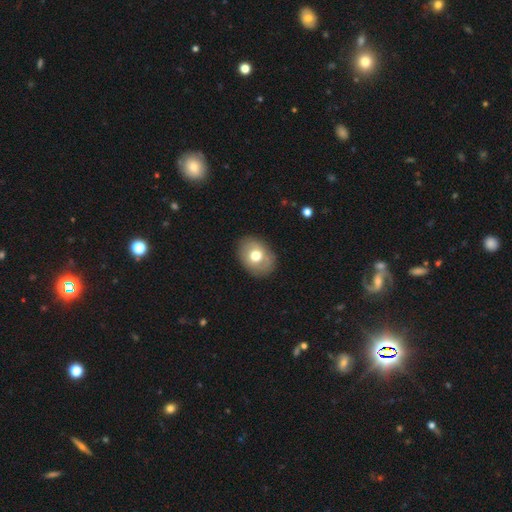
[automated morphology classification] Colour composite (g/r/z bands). It shows a smooth galaxy with no disk features (67%) that is in between round and cigar-shaped (64%). Merging: none (84%).